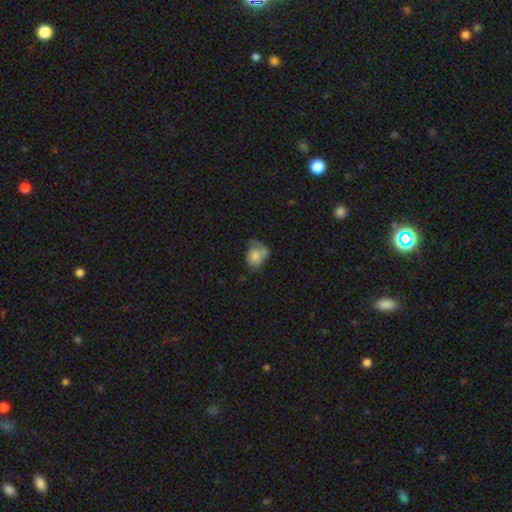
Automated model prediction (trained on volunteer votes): Smooth or featured? smooth (72%)
How rounded? in between (53%)
Merging? none (34%)